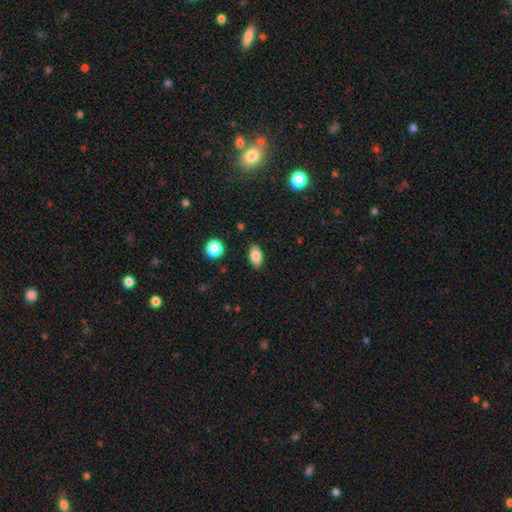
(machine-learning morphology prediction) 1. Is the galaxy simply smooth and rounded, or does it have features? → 84% smooth, 9% star or artifact, 8% featured or disk.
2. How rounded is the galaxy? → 90% in between, 7% round, 2% cigar-shaped.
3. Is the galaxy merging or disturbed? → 85% none, 11% minor disturbance, 2% major disturbance, 2% merger.